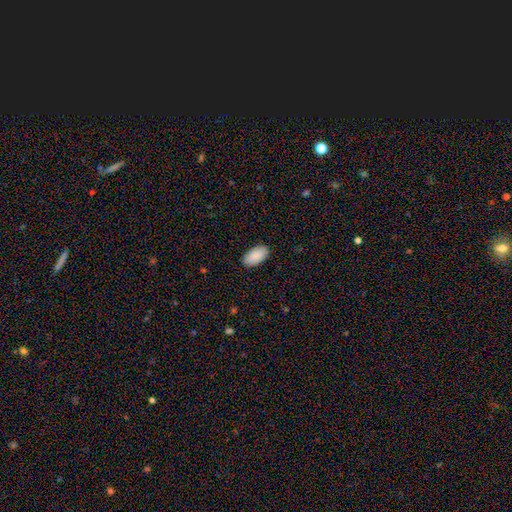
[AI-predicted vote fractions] The model was most divided on "merging": none: 88%, minor disturbance: 9%, major disturbance: 2%, merger: 1%. More confident: how rounded — in between (96%); smooth or featured — smooth (90%).